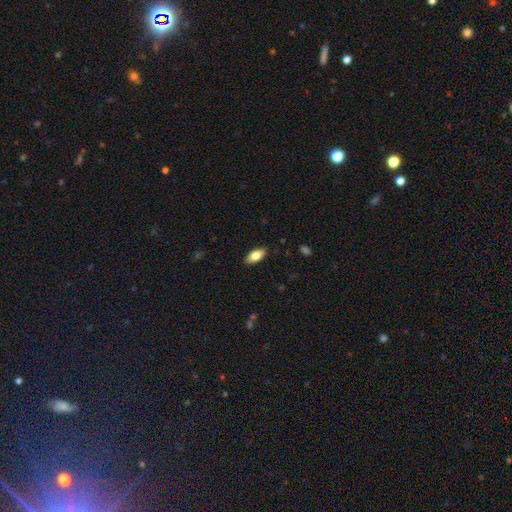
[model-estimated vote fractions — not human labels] Smooth or featured? smooth (76%)
How rounded? in between (87%)
Merging? none (88%)